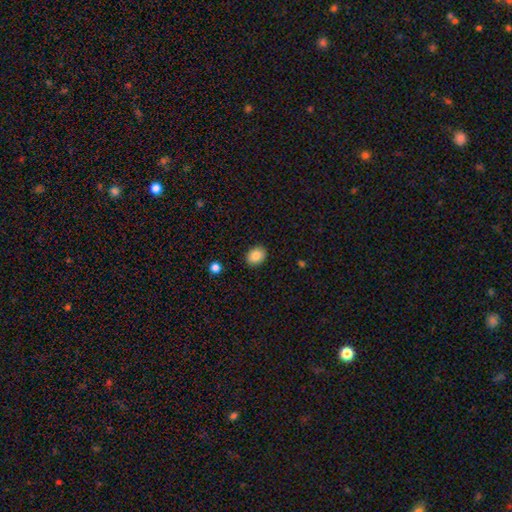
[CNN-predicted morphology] The model was most divided on "how rounded": in between: 56%, round: 43%, cigar-shaped: 1%. More confident: merging — none (90%); smooth or featured — smooth (86%).